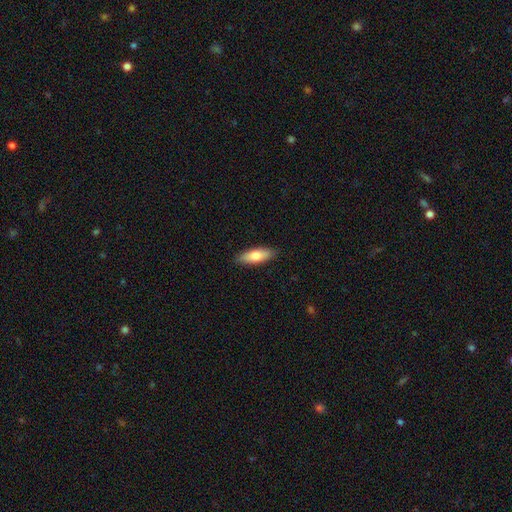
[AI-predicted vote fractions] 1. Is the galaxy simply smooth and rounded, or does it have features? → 74% smooth, 20% featured or disk, 6% star or artifact.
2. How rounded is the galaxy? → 60% in between, 38% cigar-shaped, 2% round.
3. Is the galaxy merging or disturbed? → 89% none, 9% minor disturbance, 2% major disturbance, 1% merger.